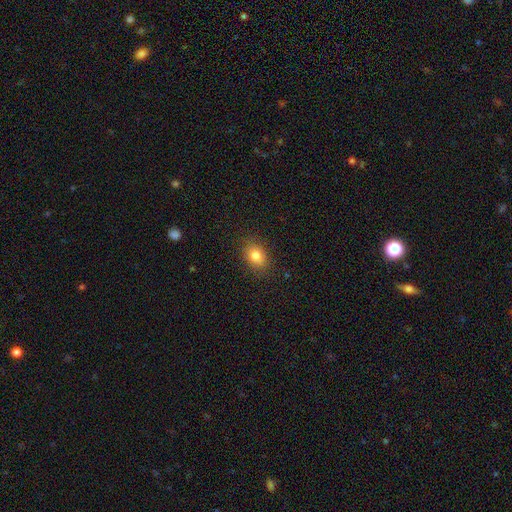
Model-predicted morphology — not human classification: smooth-or-featured: smooth: 82% | star or artifact: 10% | featured or disk: 8%
  how-rounded: in between: 70% | round: 29% | cigar-shaped: 1%
  merging: none: 86% | minor disturbance: 10% | major disturbance: 3% | merger: 1%